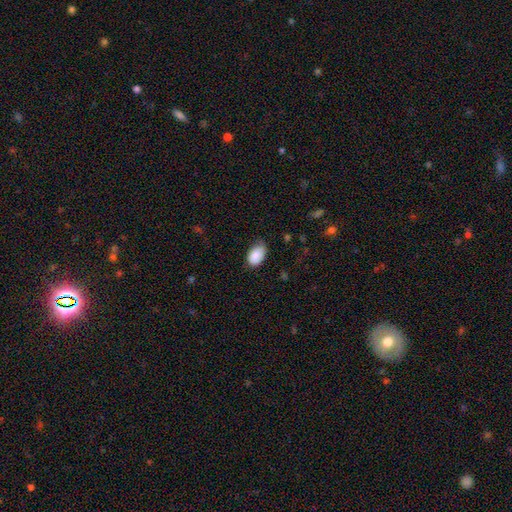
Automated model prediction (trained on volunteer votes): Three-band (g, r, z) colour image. It shows a smooth galaxy with no disk features (89%) that is in between round and cigar-shaped (92%). Merging: none (67%).